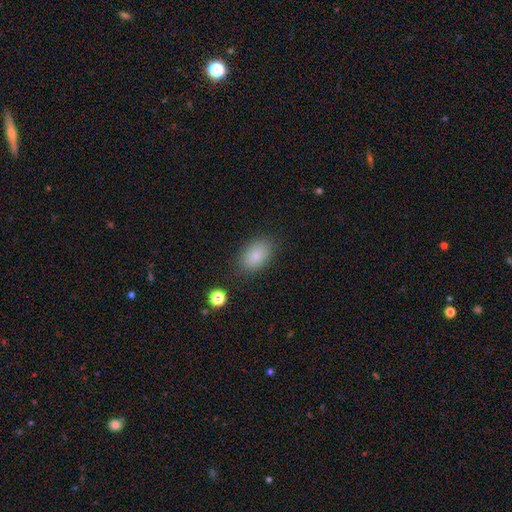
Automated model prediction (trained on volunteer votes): Smooth or featured? Predicted: smooth (p=0.82). How rounded? Predicted: in between (p=0.87). Merging? Predicted: none (p=0.83).